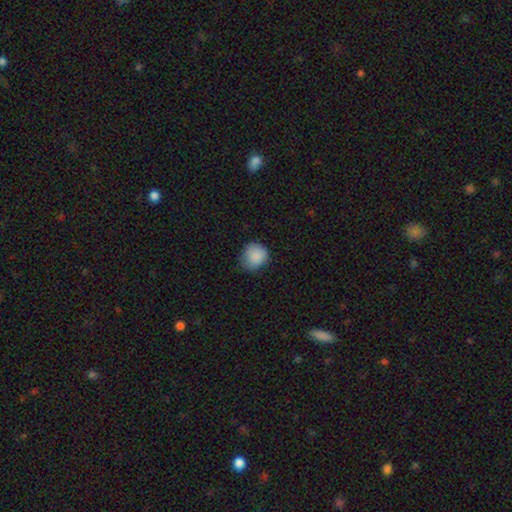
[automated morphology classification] A smooth galaxy with no disk features (87%) that is round (82%).

Vote fractions:
- Smooth or featured? smooth: 87% / star or artifact: 8% / featured or disk: 4%
- How rounded? round: 82% / in between: 17% / cigar-shaped: 1%
- Merging? none: 72% / minor disturbance: 23% / major disturbance: 4% / merger: 1%